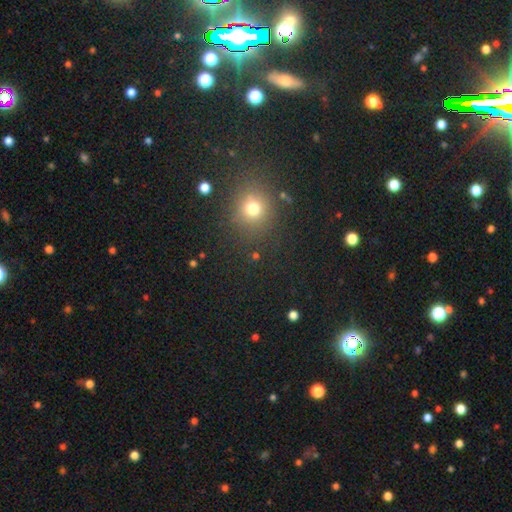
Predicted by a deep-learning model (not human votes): smooth-or-featured: smooth: 56% | star or artifact: 36% | featured or disk: 8%
  how-rounded: round: 84% | in between: 14% | cigar-shaped: 2%
  merging: none: 85% | minor disturbance: 8% | major disturbance: 4% | merger: 3%